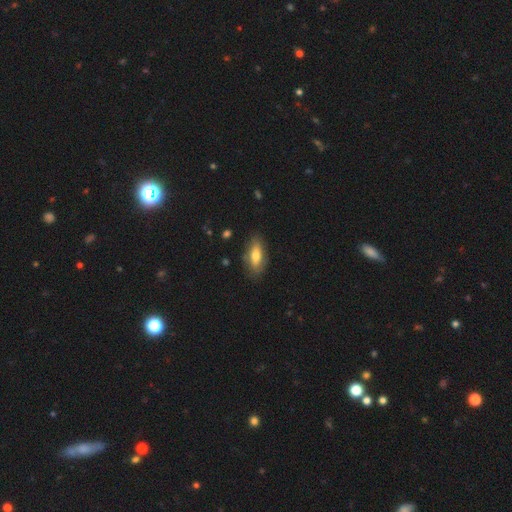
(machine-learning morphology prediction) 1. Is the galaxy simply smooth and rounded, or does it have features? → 70% smooth, 24% featured or disk, 7% star or artifact.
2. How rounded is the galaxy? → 75% in between, 22% cigar-shaped, 3% round.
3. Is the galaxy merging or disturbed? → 79% none, 16% minor disturbance, 4% major disturbance, 2% merger.